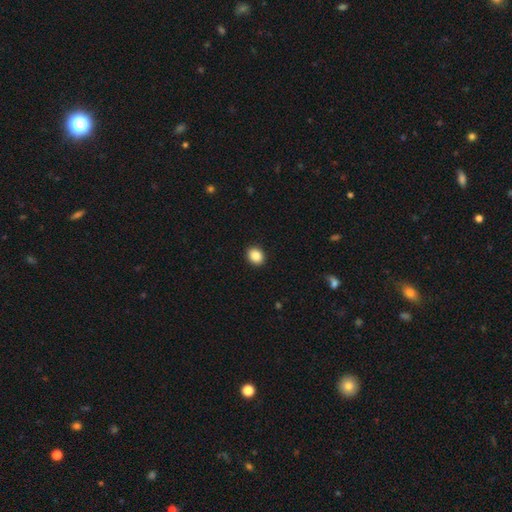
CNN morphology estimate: Smooth or featured: smooth — 87% (star or artifact — 9%)
How rounded: round — 54% (in between — 45%)
Merging: none — 92% (minor disturbance — 6%)